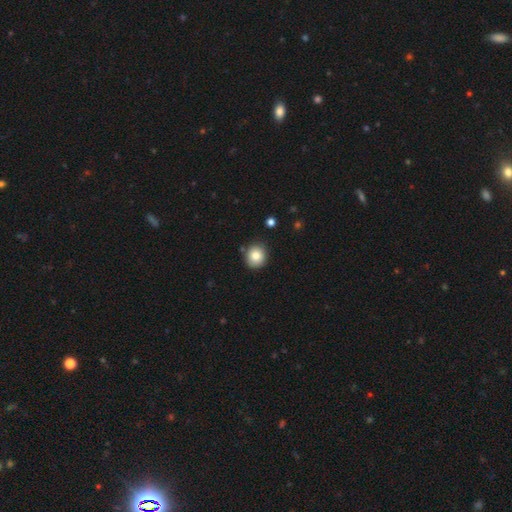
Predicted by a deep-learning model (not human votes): The model was most divided on "how rounded": round: 86%, in between: 13%, cigar-shaped: 1%. More confident: merging — none (84%); smooth or featured — smooth (83%).